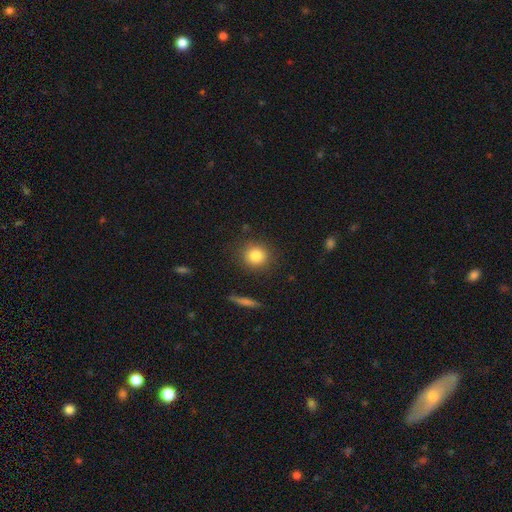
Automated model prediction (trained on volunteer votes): The model was most divided on "smooth or featured": smooth: 83%, star or artifact: 10%, featured or disk: 7%. More confident: merging — none (88%); how rounded — round (87%).